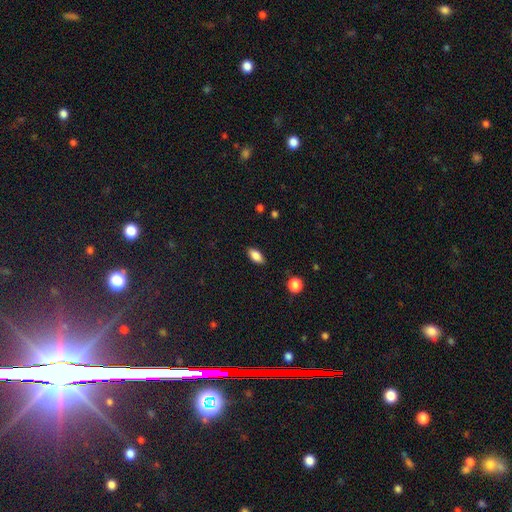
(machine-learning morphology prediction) smooth 84%, star or artifact 8%, featured or disk 7%. Down the decision tree: how rounded — in between (89%); merging — none (86%).